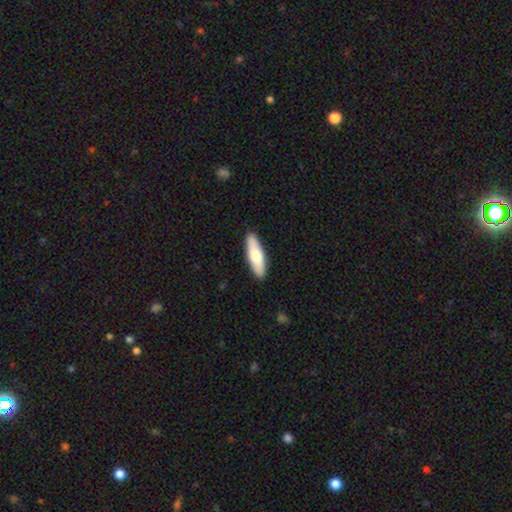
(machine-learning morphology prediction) This is likely a smooth galaxy (73%). How rounded: possibly cigar-shaped (58%). Merging: clearly none (90%).